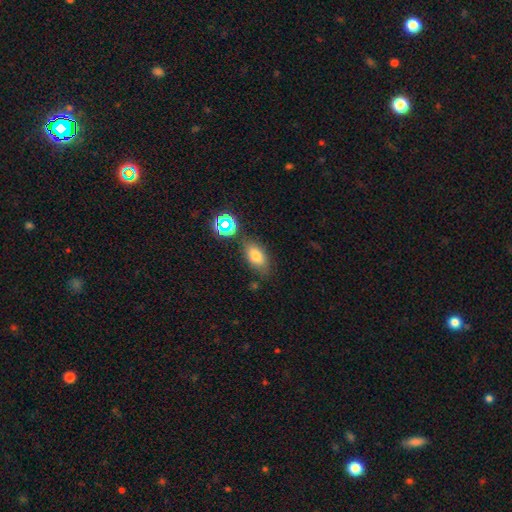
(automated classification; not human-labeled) The model was most divided on "merging": none: 74%, minor disturbance: 16%, merger: 6%, major disturbance: 4%. More confident: how rounded — in between (85%); smooth or featured — smooth (73%).